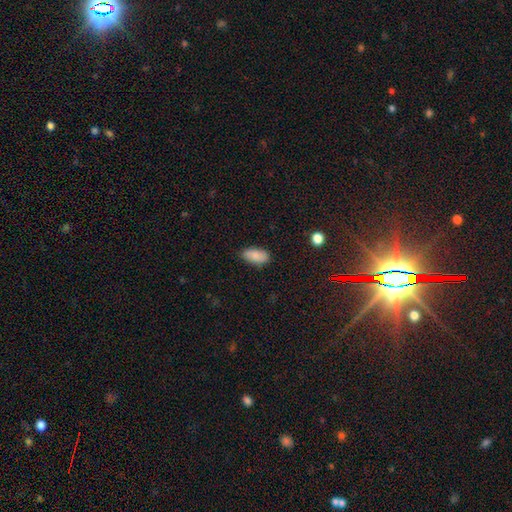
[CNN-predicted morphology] Q: Smooth or featured?
A: smooth (85%); runner-up: featured or disk (8%)
Q: How rounded?
A: in between (93%); runner-up: cigar-shaped (4%)
Q: Merging?
A: none (82%); runner-up: minor disturbance (14%)